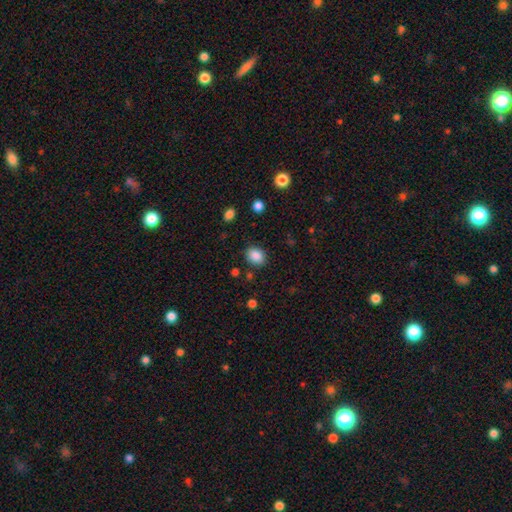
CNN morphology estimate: This appears to be a smooth galaxy with no disk features (87%) that is in between round and cigar-shaped (53%). Merging: none (85%).